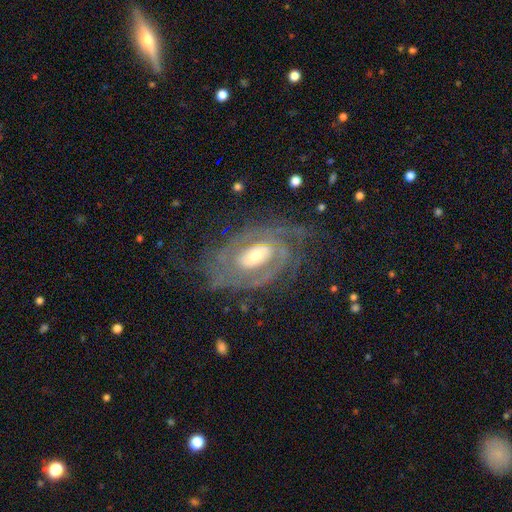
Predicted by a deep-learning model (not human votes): Smooth or featured?
  - featured or disk: 86% *
  - smooth: 9%
  - star or artifact: 6%
Edge-on disk?
  - no: 95% *
  - yes: 5%
Bar?
  - no: 57% *
  - weak: 29%
  - strong: 14%
Spiral arms?
  - yes: 90% *
  - no: 10%
Spiral winding?
  - tight: 63% *
  - medium: 28%
  - loose: 9%
Spiral arm count?
  - can't tell: 34% *
  - 2: 33%
  - 3: 14%
  - 4: 7%
  - 1: 6%
  - more than 4: 6%
Bulge size?
  - moderate: 51% *
  - small: 37%
  - large: 9%
  - dominant: 1%
  - none: 1%
Merging?
  - none: 67% *
  - minor disturbance: 17%
  - major disturbance: 14%
  - merger: 2%